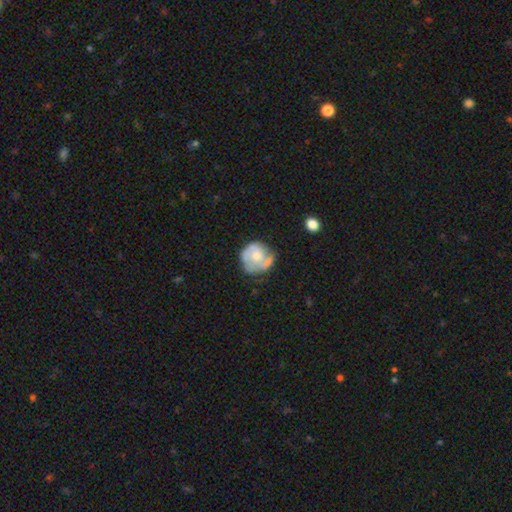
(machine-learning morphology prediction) Smooth or featured? Predicted: featured or disk (p=0.58). Edge-on disk? Predicted: no (p=0.98). Bar? Predicted: no (p=0.81). Spiral arms? Predicted: yes (p=0.62). Bulge size? Predicted: moderate (p=0.55). Merging? Predicted: none (p=0.50).